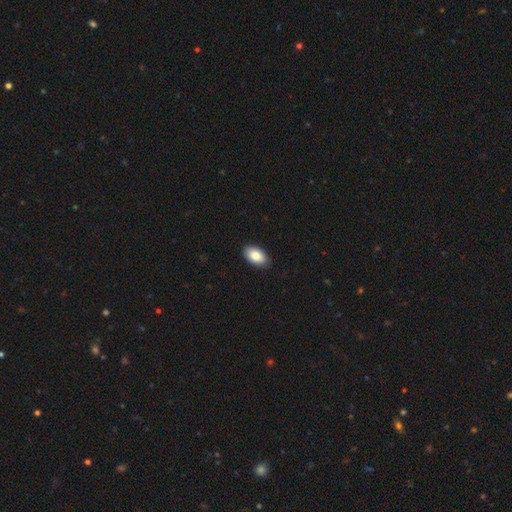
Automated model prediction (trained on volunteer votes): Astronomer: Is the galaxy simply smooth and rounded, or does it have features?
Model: smooth — 86%.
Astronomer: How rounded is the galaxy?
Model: in between — 95%.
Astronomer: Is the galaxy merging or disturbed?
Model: none — 89%.